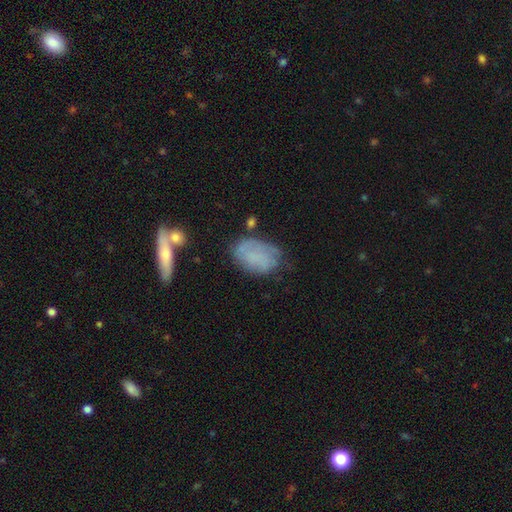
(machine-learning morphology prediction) Overall: smooth (54%; featured or disk 36%). How rounded: in between (86%). Merging: none (53%; minor disturbance 28%).